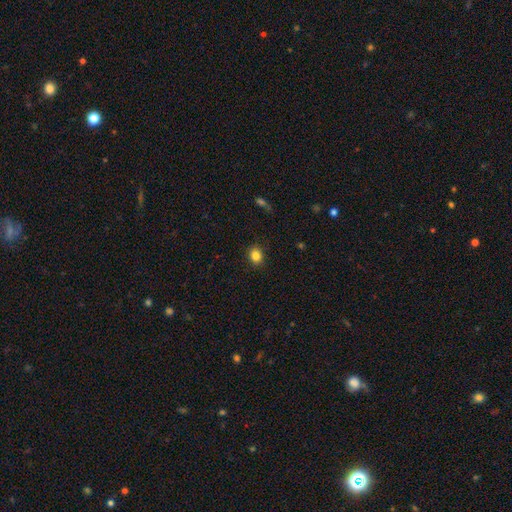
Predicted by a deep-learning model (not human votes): The model was most divided on "how rounded": round: 58%, in between: 41%, cigar-shaped: 1%. More confident: merging — none (89%); smooth or featured — smooth (84%).